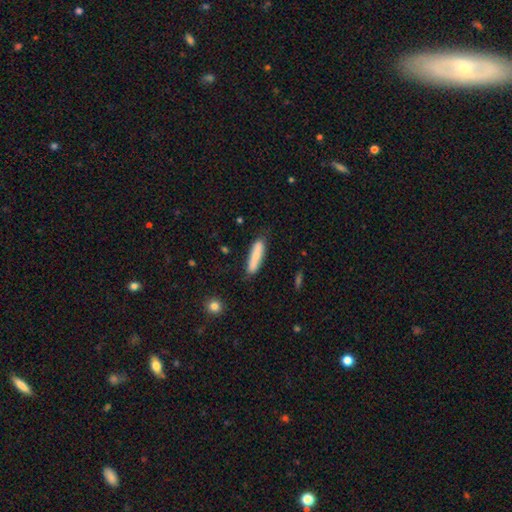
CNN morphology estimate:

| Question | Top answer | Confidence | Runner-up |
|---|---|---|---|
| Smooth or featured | smooth | 73% | featured or disk (21%) |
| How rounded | cigar-shaped | 75% | in between (23%) |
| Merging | none | 80% | minor disturbance (14%) |